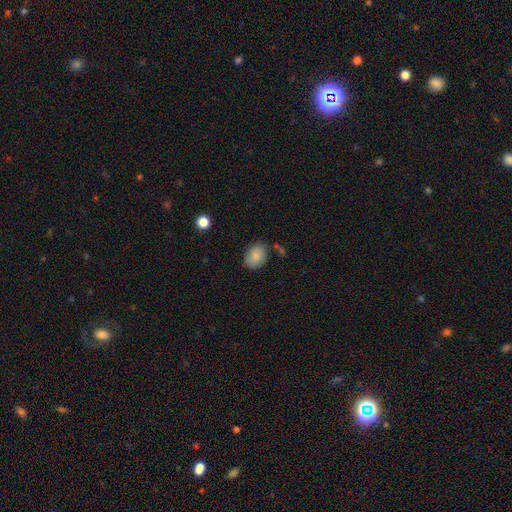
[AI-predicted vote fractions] A smooth galaxy with no disk features (84%) that is in between round and cigar-shaped (74%).

Vote fractions:
- Smooth or featured? smooth: 84% / featured or disk: 9% / star or artifact: 8%
- How rounded? in between: 74% / round: 25% / cigar-shaped: 1%
- Merging? none: 72% / minor disturbance: 19% / major disturbance: 5% / merger: 5%